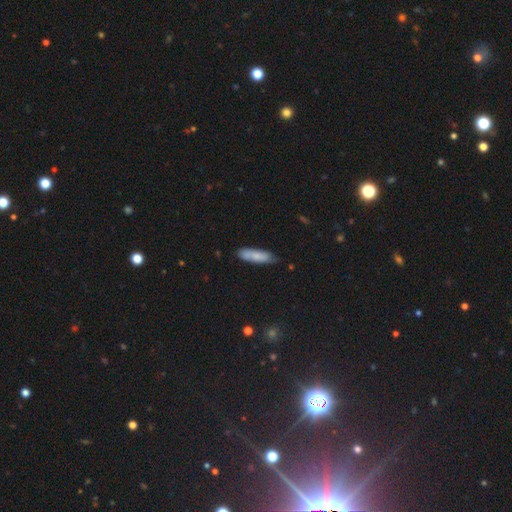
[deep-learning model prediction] The model was most divided on "how rounded": cigar-shaped: 58%, in between: 40%, round: 2%. More confident: smooth or featured — smooth (76%); merging — none (71%).